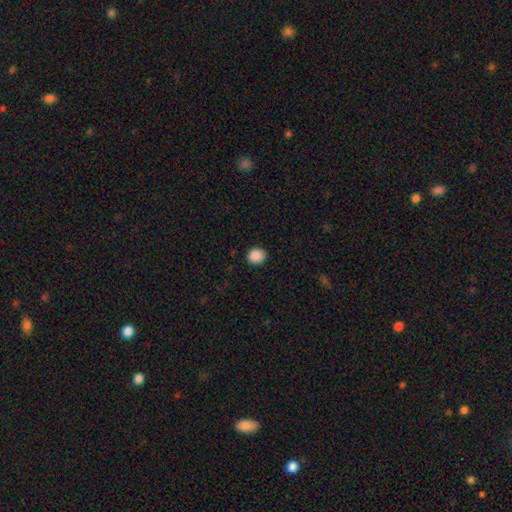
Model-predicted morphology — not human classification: Smooth or featured?
  - smooth: 89% *
  - star or artifact: 9%
  - featured or disk: 2%
How rounded?
  - round: 78% *
  - in between: 21%
  - cigar-shaped: 1%
Merging?
  - none: 90% *
  - minor disturbance: 7%
  - major disturbance: 2%
  - merger: 1%